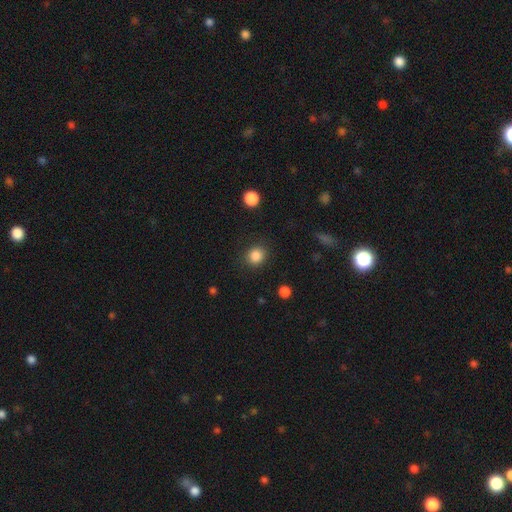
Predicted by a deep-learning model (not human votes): Smooth or featured: smooth — 86% (star or artifact — 10%)
How rounded: round — 81% (in between — 18%)
Merging: none — 87% (minor disturbance — 8%)